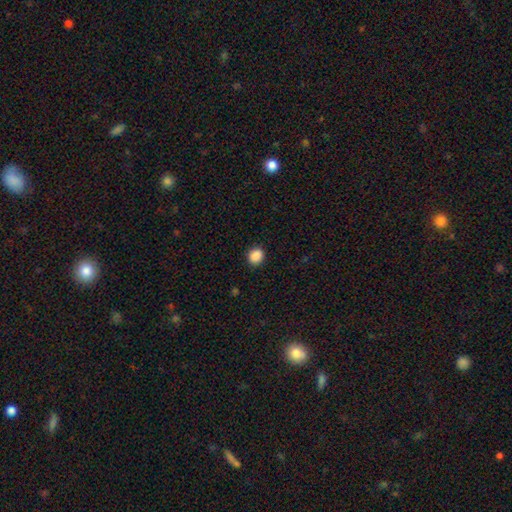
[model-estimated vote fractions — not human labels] Morphology: type=smooth (88%); roundness=round (72%); merging=none (90%).